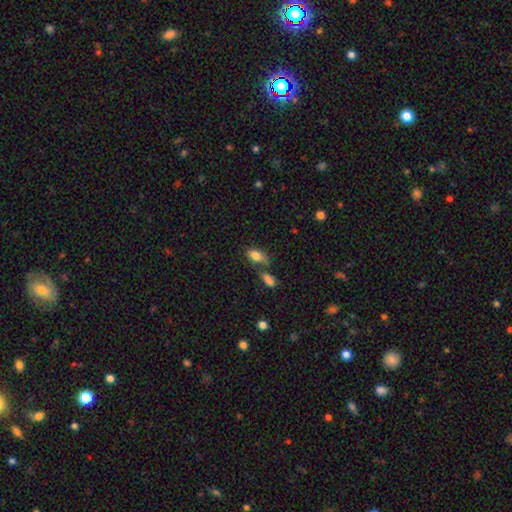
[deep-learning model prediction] Overall: smooth (80%). How rounded: in between (87%). Merging: none (44%; merger 32%).